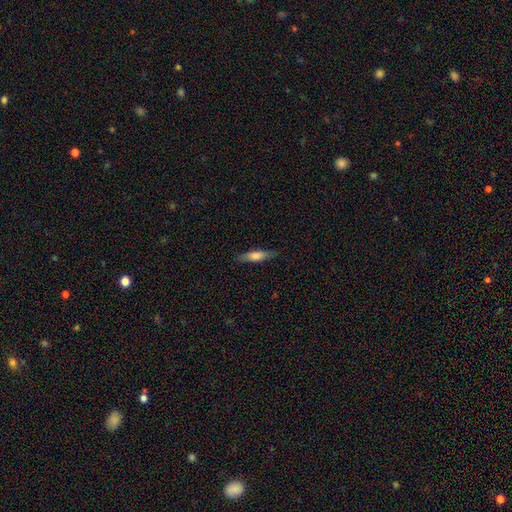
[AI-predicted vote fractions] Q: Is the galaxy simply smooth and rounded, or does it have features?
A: smooth — 64%.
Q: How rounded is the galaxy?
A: cigar-shaped — 71%.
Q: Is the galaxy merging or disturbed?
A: none — 84%.